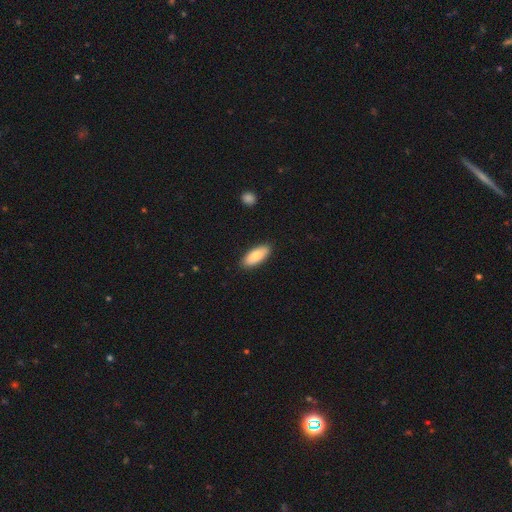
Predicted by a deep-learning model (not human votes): Smooth or featured? Predicted: smooth (p=0.83). How rounded? Predicted: in between (p=0.84). Merging? Predicted: none (p=0.87).